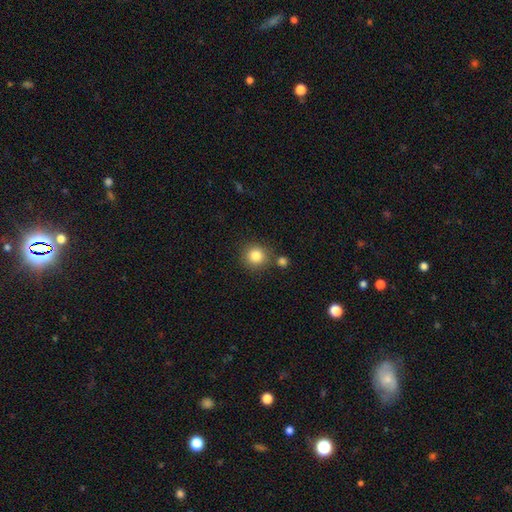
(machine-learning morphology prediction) smooth_or_featured: smooth (p=0.84) [alt: star or artifact p=0.10]
how_rounded: round (p=0.92) [alt: in between p=0.07]
merging: none (p=0.78) [alt: merger p=0.10]